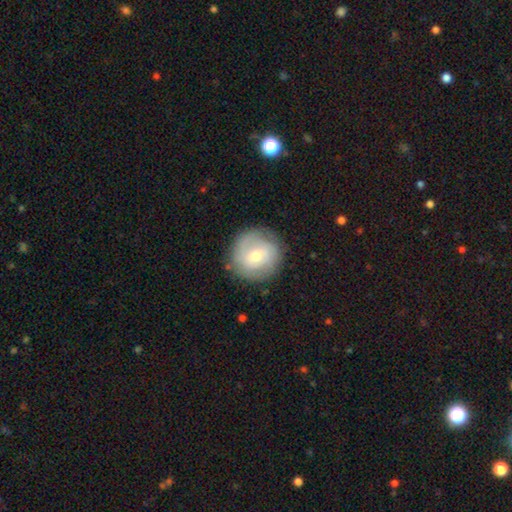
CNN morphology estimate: Smooth or featured? smooth (49%)
Merging? none (81%)